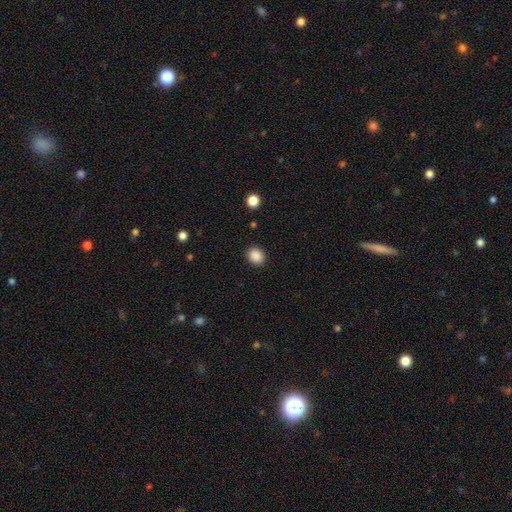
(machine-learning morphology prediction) Smooth or featured: smooth — 88% (star or artifact — 9%)
How rounded: round — 67% (in between — 33%)
Merging: none — 90% (minor disturbance — 7%)